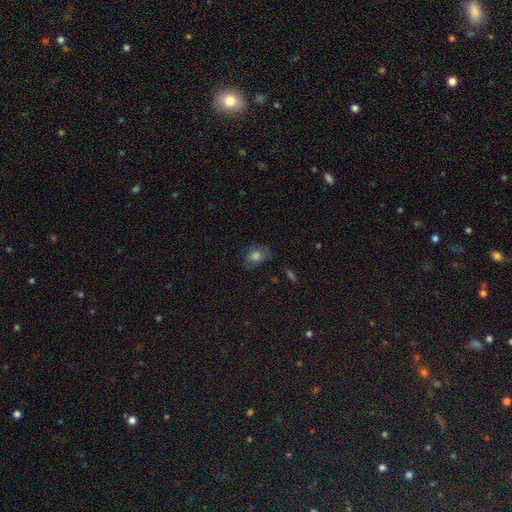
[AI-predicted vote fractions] Smooth or featured: smooth — 73% (featured or disk — 16%)
How rounded: in between — 73% (round — 26%)
Merging: none — 70% (minor disturbance — 21%)